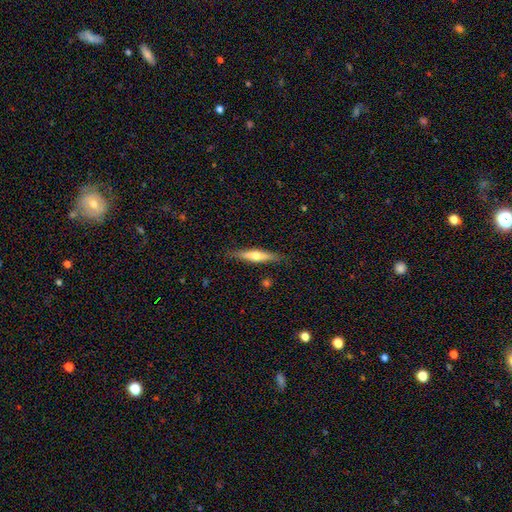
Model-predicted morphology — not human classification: This is possibly a smooth galaxy (48%). Merging: clearly none (85%).